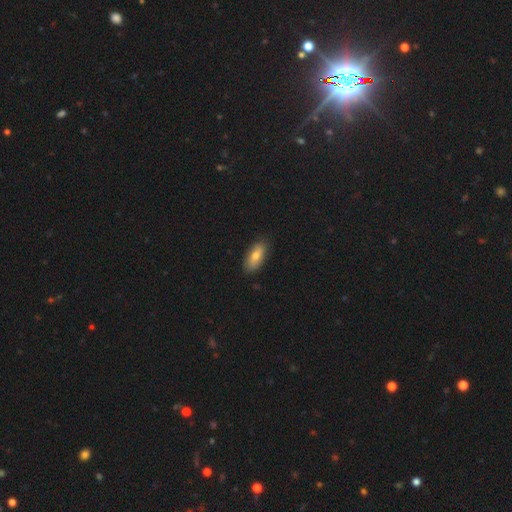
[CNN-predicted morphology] Smooth or featured: smooth — 76% (featured or disk — 17%)
How rounded: in between — 83% (cigar-shaped — 14%)
Merging: none — 86% (minor disturbance — 11%)